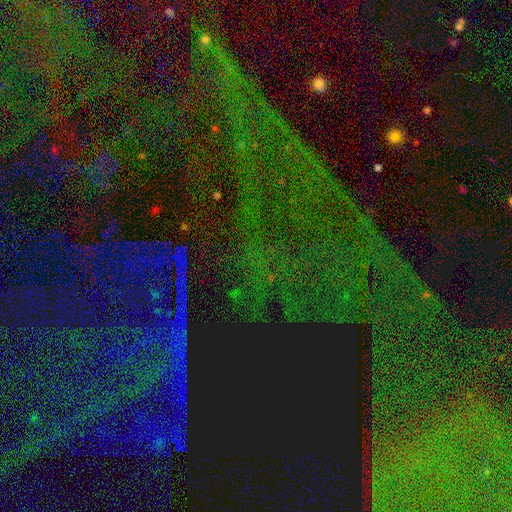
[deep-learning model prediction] Smooth or featured? Predicted: star or artifact (p=0.82).